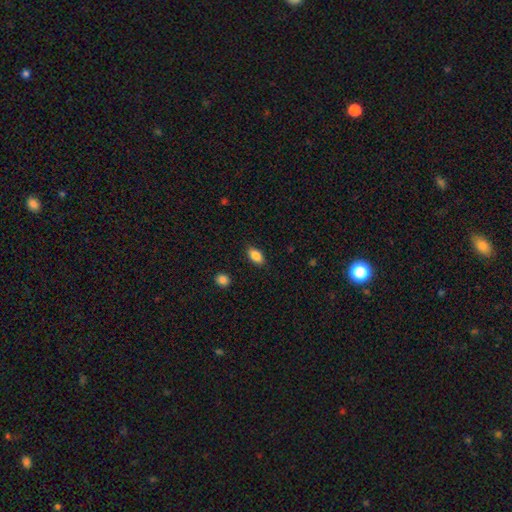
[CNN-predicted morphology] The model was most divided on "merging": none: 87%, minor disturbance: 10%, major disturbance: 2%, merger: 1%. More confident: how rounded — in between (90%); smooth or featured — smooth (85%).